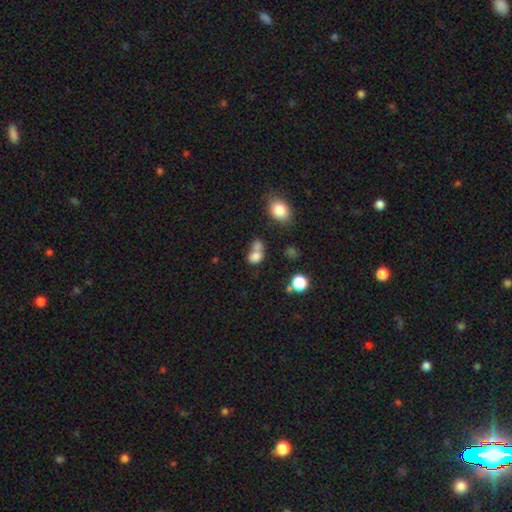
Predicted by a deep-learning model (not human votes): smooth 77%, star or artifact 13%, featured or disk 10%. Down the decision tree: how rounded — in between (53%); merging — merger (55%).